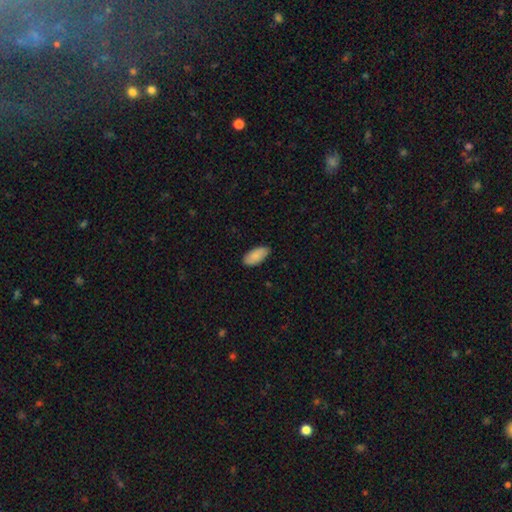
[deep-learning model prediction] Morphology: type=smooth (88%); roundness=in between (93%); merging=none (85%).